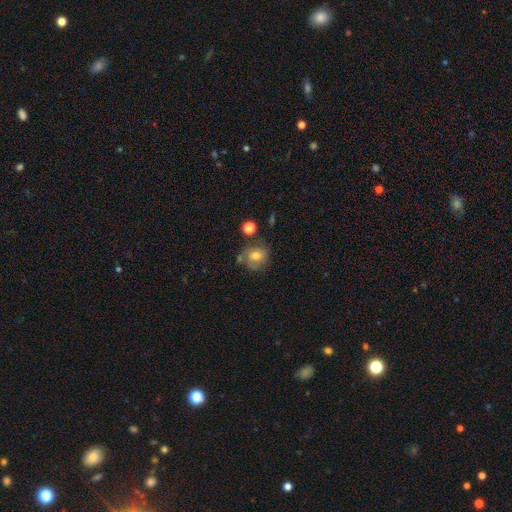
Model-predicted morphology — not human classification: Smooth or featured? Predicted: smooth (p=0.68). How rounded? Predicted: round (p=0.79). Merging? Predicted: none (p=0.63).